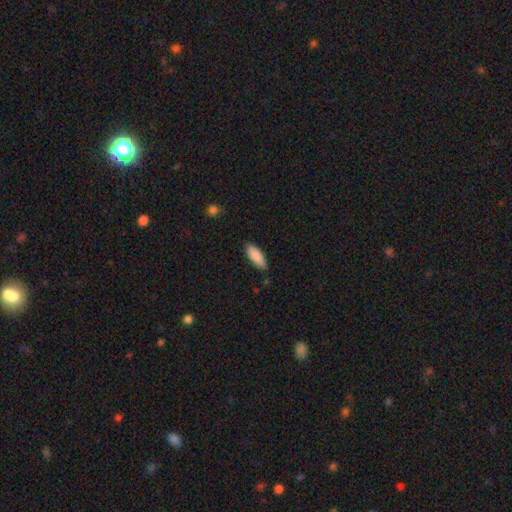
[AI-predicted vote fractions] Smooth or featured? Predicted: smooth (p=0.89). How rounded? Predicted: in between (p=0.69). Merging? Predicted: none (p=0.83).